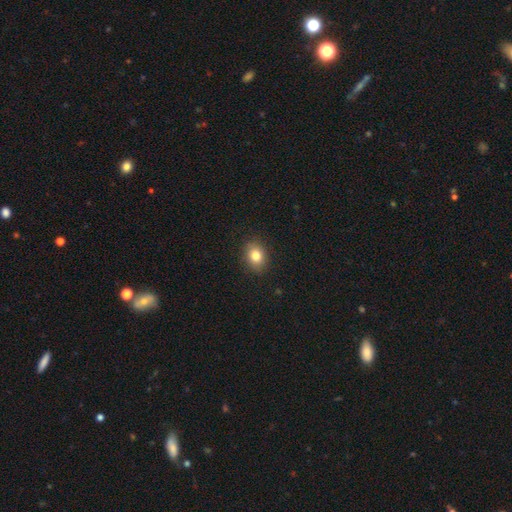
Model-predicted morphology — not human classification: Smooth or featured?
  - smooth: 81% *
  - star or artifact: 10%
  - featured or disk: 9%
How rounded?
  - in between: 61% *
  - round: 38%
  - cigar-shaped: 1%
Merging?
  - none: 88% *
  - minor disturbance: 9%
  - major disturbance: 2%
  - merger: 1%